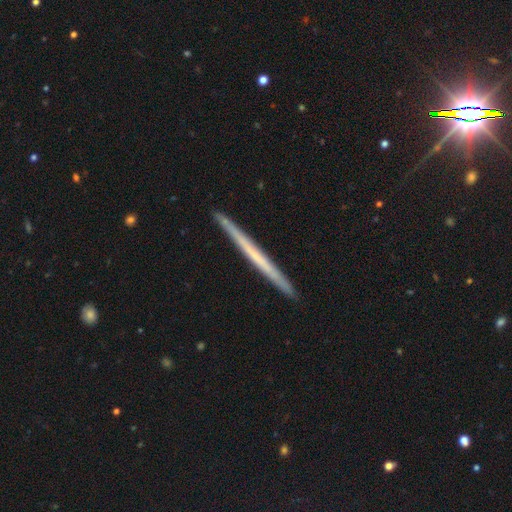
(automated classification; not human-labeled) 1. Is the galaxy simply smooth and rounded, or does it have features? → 56% featured or disk, 39% smooth, 6% star or artifact.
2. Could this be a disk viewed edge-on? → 98% yes, 2% no.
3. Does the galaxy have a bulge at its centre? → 90% none, 6% rounded, 3% boxy.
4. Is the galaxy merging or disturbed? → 92% none, 5% minor disturbance, 1% major disturbance, 1% merger.